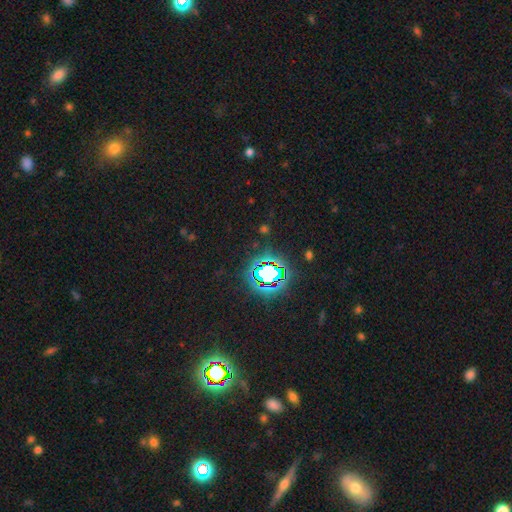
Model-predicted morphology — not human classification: type=star or artifact (78%).